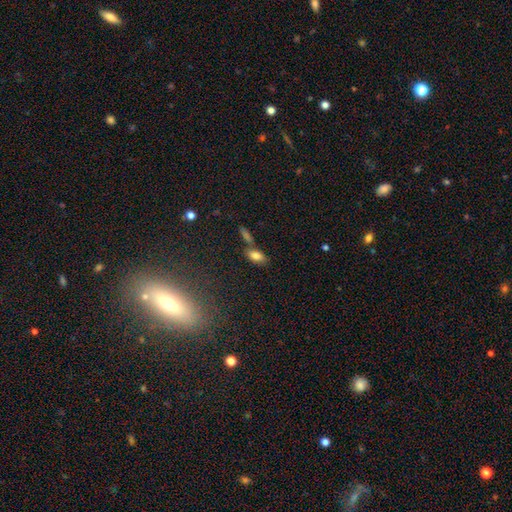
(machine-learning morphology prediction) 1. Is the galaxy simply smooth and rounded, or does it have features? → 80% smooth, 11% featured or disk, 9% star or artifact.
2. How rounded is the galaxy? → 88% in between, 8% cigar-shaped, 4% round.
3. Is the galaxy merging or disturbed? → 60% none, 24% merger, 12% minor disturbance, 4% major disturbance.